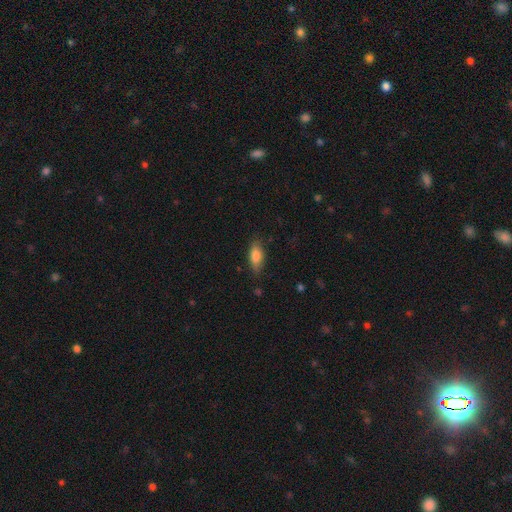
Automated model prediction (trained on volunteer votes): Smooth or featured: smooth — 79% (featured or disk — 14%)
How rounded: in between — 75% (cigar-shaped — 22%)
Merging: none — 76% (minor disturbance — 19%)